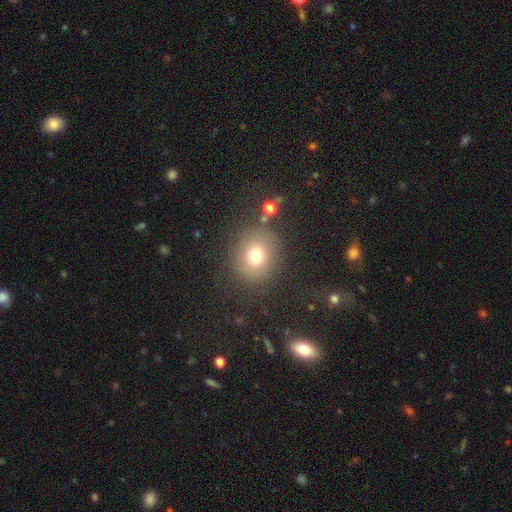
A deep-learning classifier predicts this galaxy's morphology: A smooth galaxy with no disk features (74%) that is round (78%). Merging: none (81%).